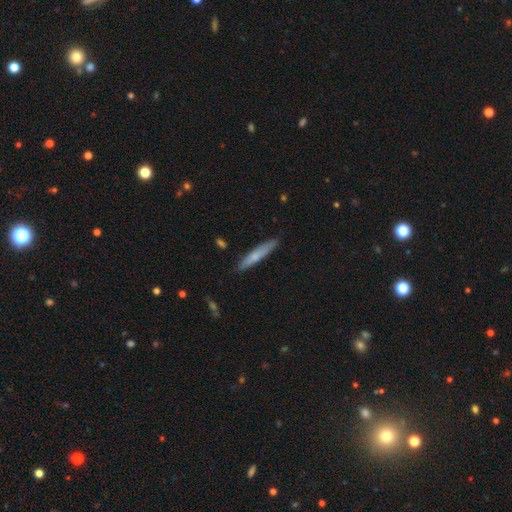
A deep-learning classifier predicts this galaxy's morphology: Smooth or featured? smooth (67%)
How rounded? cigar-shaped (93%)
Merging? none (87%)